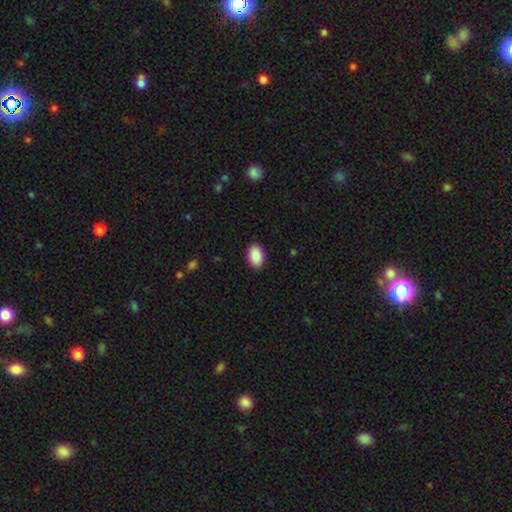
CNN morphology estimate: Smooth or featured? smooth (90%)
How rounded? in between (91%)
Merging? none (90%)